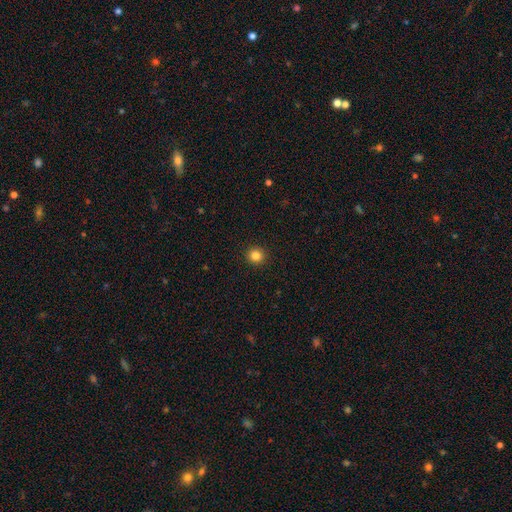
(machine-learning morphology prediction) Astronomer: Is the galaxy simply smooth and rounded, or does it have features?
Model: smooth — 84%.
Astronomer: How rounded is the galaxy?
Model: round — 93%.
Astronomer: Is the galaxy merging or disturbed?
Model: none — 93%.